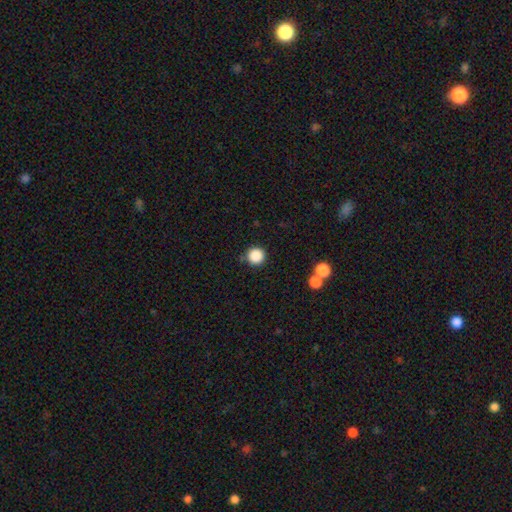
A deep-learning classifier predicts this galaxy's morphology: Q: Smooth or featured?
A: smooth (87%); runner-up: star or artifact (10%)
Q: How rounded?
A: round (96%); runner-up: in between (3%)
Q: Merging?
A: none (88%); runner-up: minor disturbance (7%)